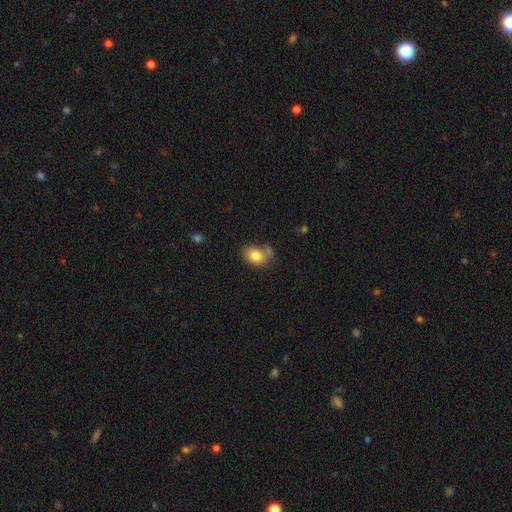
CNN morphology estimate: A smooth galaxy with no disk features (81%) that is in between round and cigar-shaped (69%). Merging: none (57%).